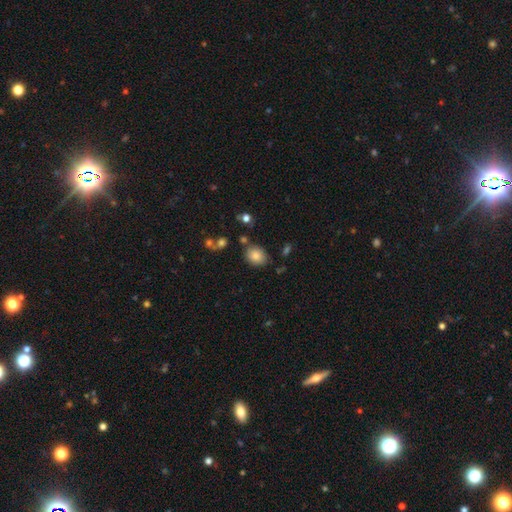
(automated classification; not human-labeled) This appears to be a smooth galaxy with no disk features (84%) that is in between round and cigar-shaped (58%). Merging: none (76%).